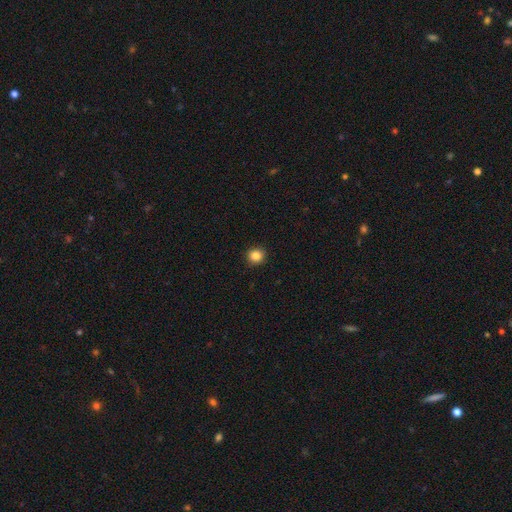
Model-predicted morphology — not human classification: Q: Smooth or featured?
A: smooth (86%); runner-up: star or artifact (11%)
Q: How rounded?
A: round (89%); runner-up: in between (10%)
Q: Merging?
A: none (92%); runner-up: minor disturbance (5%)